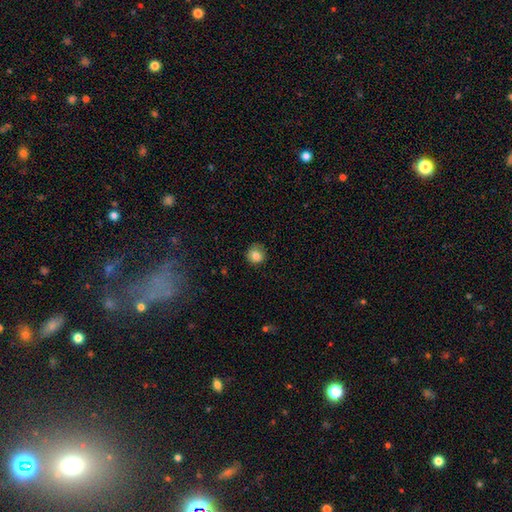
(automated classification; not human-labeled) The model was most divided on "merging": none: 79%, minor disturbance: 16%, major disturbance: 4%, merger: 1%. More confident: how rounded — round (88%); smooth or featured — smooth (83%).